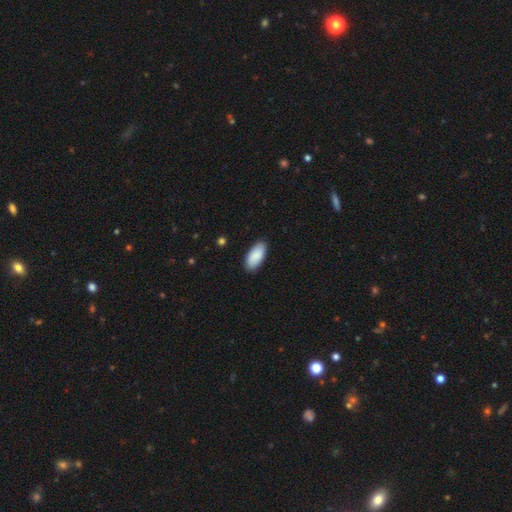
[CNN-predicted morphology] smooth-or-featured: smooth: 89% | featured or disk: 6% | star or artifact: 5%
  how-rounded: in between: 92% | cigar-shaped: 6% | round: 2%
  merging: none: 88% | minor disturbance: 10% | major disturbance: 2% | merger: 1%